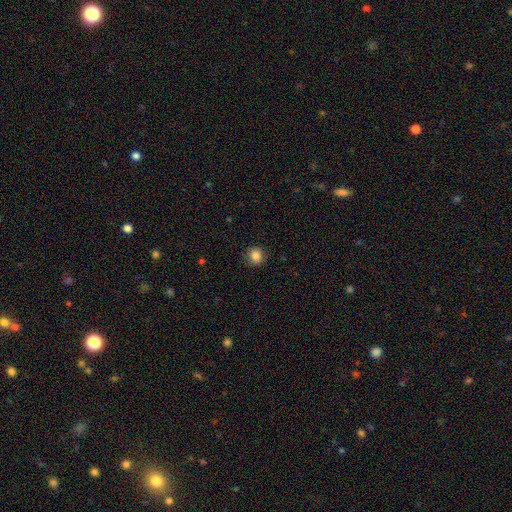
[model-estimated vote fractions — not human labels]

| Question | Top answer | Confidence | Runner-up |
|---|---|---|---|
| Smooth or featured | smooth | 84% | star or artifact (10%) |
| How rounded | round | 86% | in between (13%) |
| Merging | none | 87% | minor disturbance (10%) |